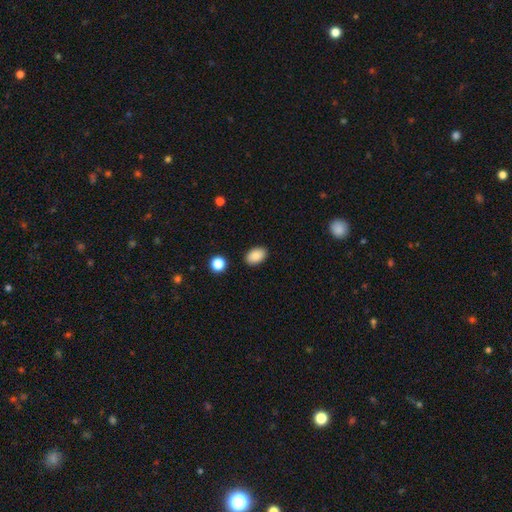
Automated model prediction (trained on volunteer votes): A smooth galaxy with no disk features (87%) that is in between round and cigar-shaped (89%).

Vote fractions:
- Smooth or featured? smooth: 87% / star or artifact: 8% / featured or disk: 5%
- How rounded? in between: 89% / round: 9% / cigar-shaped: 1%
- Merging? none: 89% / minor disturbance: 8% / major disturbance: 2% / merger: 1%